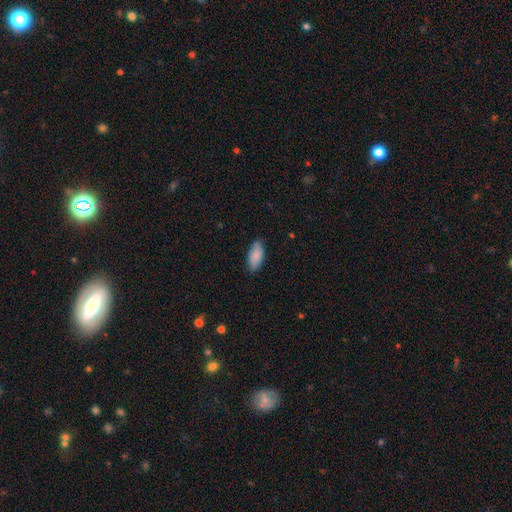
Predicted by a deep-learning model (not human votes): A smooth galaxy with no disk features (86%) that is in between round and cigar-shaped (87%).

Vote fractions:
- Smooth or featured? smooth: 86% / featured or disk: 8% / star or artifact: 6%
- How rounded? in between: 87% / cigar-shaped: 11% / round: 2%
- Merging? none: 82% / minor disturbance: 14% / major disturbance: 2% / merger: 1%